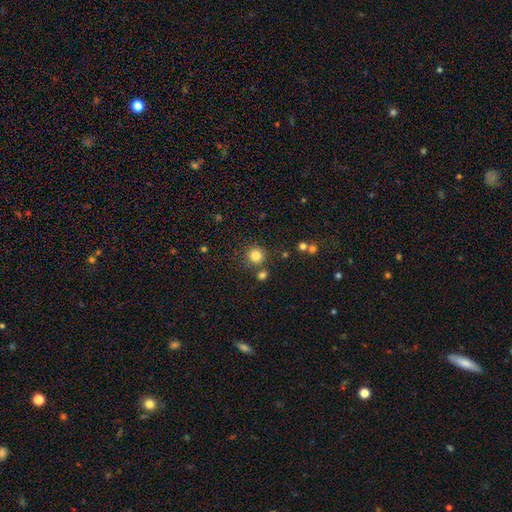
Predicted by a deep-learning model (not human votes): A smooth galaxy with no disk features (82%) that is round (93%).

Vote fractions:
- Smooth or featured? smooth: 82% / star or artifact: 13% / featured or disk: 5%
- How rounded? round: 93% / in between: 6% / cigar-shaped: 1%
- Merging? none: 78% / merger: 10% / minor disturbance: 8% / major disturbance: 3%